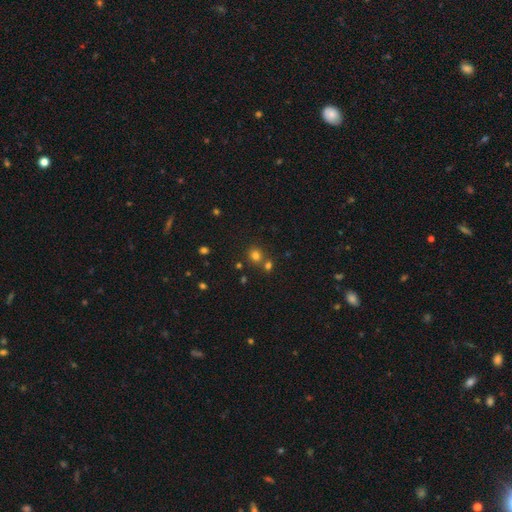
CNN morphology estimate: This appears to be a smooth galaxy with no disk features (75%) that is round (81%). Merging: none (65%).